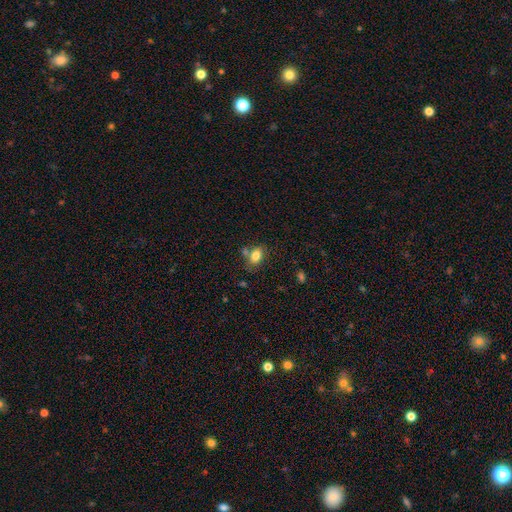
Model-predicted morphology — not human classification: This appears to be a smooth galaxy with no disk features (81%) that is in between round and cigar-shaped (77%). Merging: none (61%).